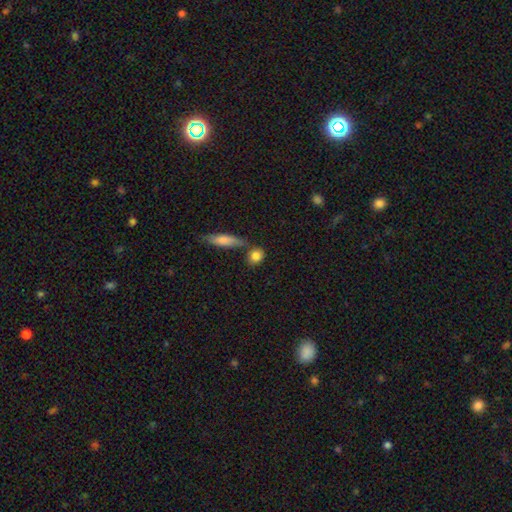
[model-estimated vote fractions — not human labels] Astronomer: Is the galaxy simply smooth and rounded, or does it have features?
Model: smooth — 84%.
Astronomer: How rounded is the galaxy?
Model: round — 68%.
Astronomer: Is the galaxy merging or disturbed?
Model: none — 68%.